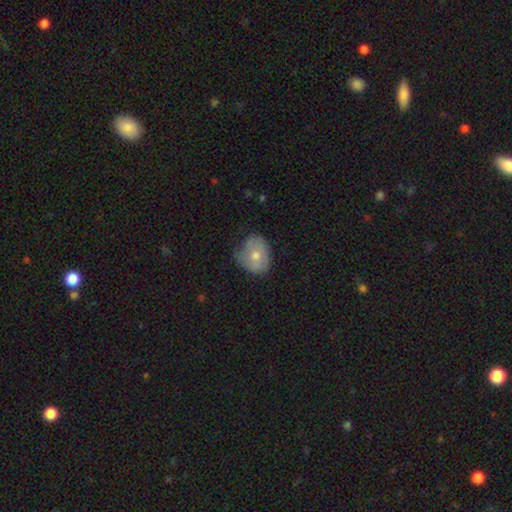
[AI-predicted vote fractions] Smooth or featured? smooth (66%)
How rounded? in between (50%)
Merging? none (52%)